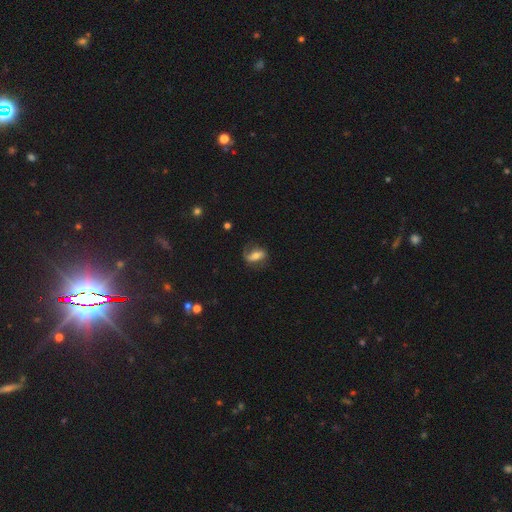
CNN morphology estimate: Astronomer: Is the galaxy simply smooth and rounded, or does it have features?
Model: featured or disk — 58% (runner-up: smooth, 34%).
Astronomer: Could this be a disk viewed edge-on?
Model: no — 89%.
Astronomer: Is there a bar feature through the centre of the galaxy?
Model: strong — 44% (runner-up: weak, 29%).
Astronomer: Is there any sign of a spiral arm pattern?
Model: yes — 79%.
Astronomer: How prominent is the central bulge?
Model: moderate — 58%.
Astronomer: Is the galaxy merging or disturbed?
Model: none — 63%.